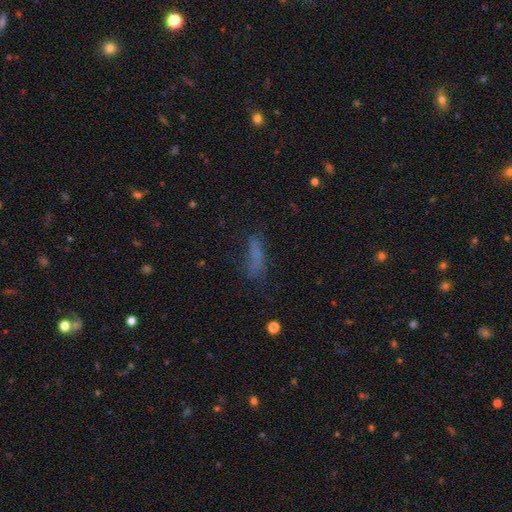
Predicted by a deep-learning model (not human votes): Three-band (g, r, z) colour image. It shows a smooth galaxy with no disk features (64%) that is cigar-shaped (53%). Merging: none (49%).